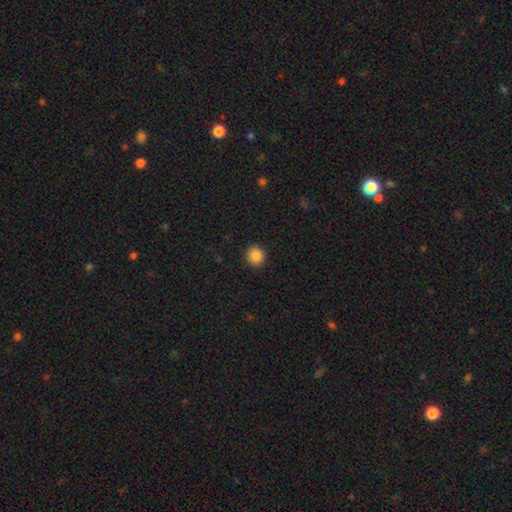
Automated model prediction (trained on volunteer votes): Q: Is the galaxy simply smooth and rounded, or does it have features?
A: smooth — 87%.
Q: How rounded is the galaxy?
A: round — 88%.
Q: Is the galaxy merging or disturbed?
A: none — 92%.